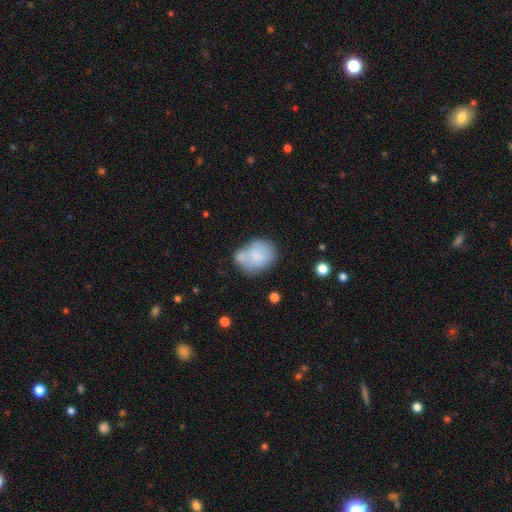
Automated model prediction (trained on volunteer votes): The model was most divided on "merging": none: 37%, merger: 30%, minor disturbance: 24%, major disturbance: 10%. More confident: smooth or featured — smooth (74%); how rounded — in between (59%).